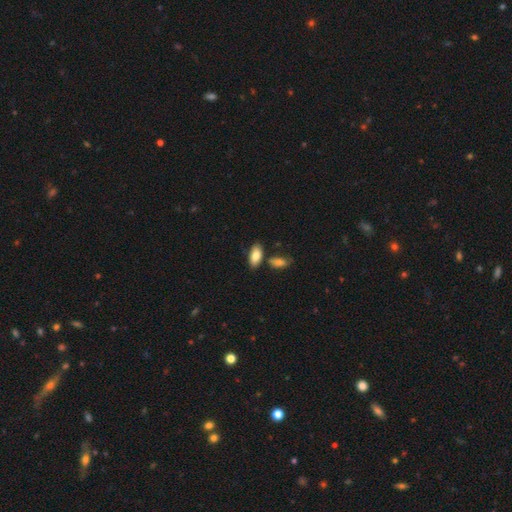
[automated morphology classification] The model was most divided on "merging": none: 73%, minor disturbance: 14%, merger: 10%, major disturbance: 3%. More confident: how rounded — in between (92%); smooth or featured — smooth (84%).